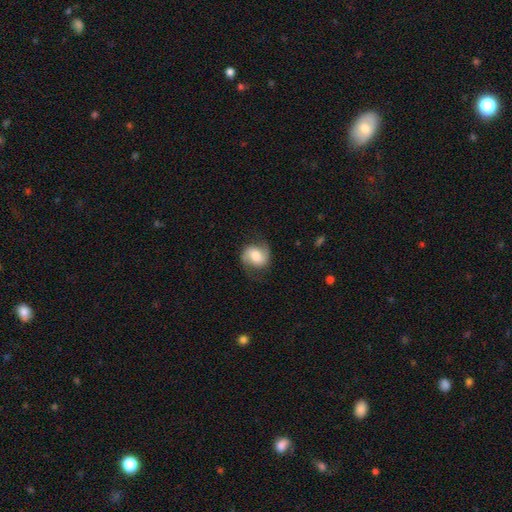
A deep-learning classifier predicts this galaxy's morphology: featured or disk 49%, smooth 43%, star or artifact 8%. Down the decision tree: merging — none (71%).